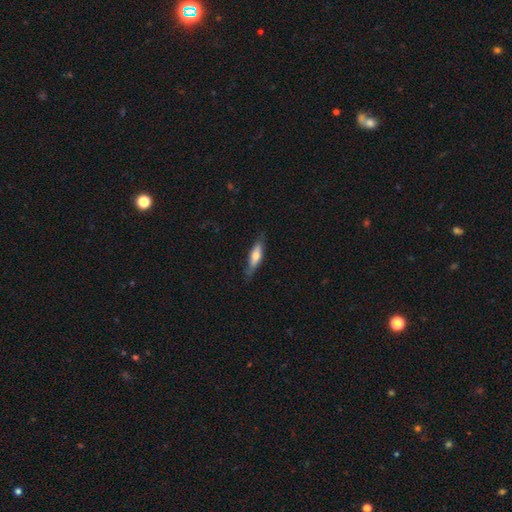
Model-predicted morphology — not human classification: Smooth or featured? Predicted: smooth (p=0.57). How rounded? Predicted: cigar-shaped (p=0.68). Merging? Predicted: none (p=0.79).